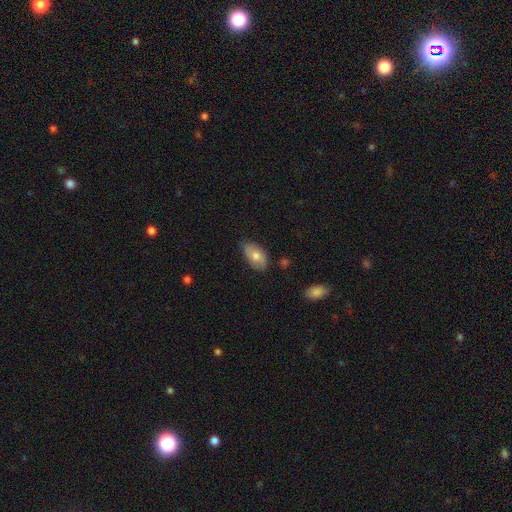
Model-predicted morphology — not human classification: This appears to be a smooth galaxy with no disk features (71%) that is in between round and cigar-shaped (94%). Merging: none (76%).